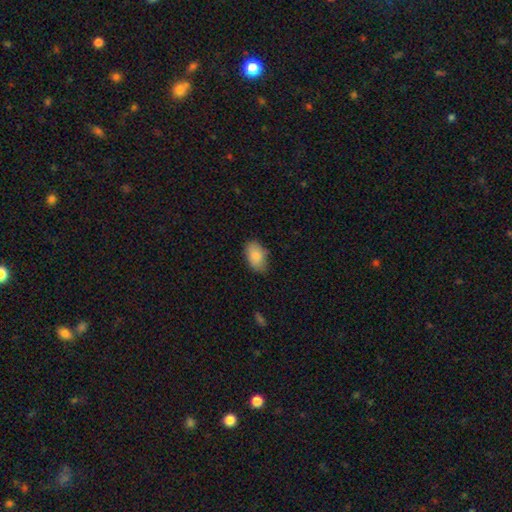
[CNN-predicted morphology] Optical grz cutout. It shows a smooth galaxy with no disk features (87%) that is in between round and cigar-shaped (92%). Merging: none (76%).